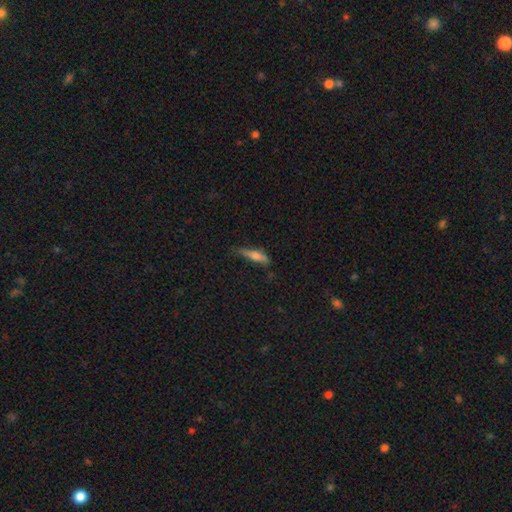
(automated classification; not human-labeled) Smooth or featured?
  - smooth: 58% *
  - featured or disk: 33%
  - star or artifact: 8%
How rounded?
  - cigar-shaped: 80% *
  - in between: 18%
  - round: 2%
Merging?
  - none: 58% *
  - minor disturbance: 30%
  - major disturbance: 9%
  - merger: 3%